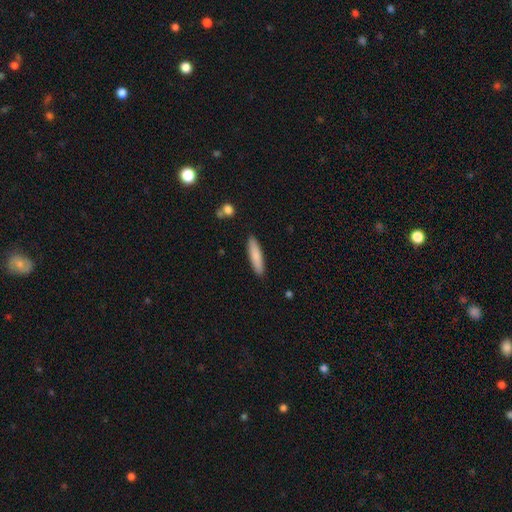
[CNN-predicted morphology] A smooth galaxy with no disk features (82%) that is cigar-shaped (80%). Merging: none (89%).